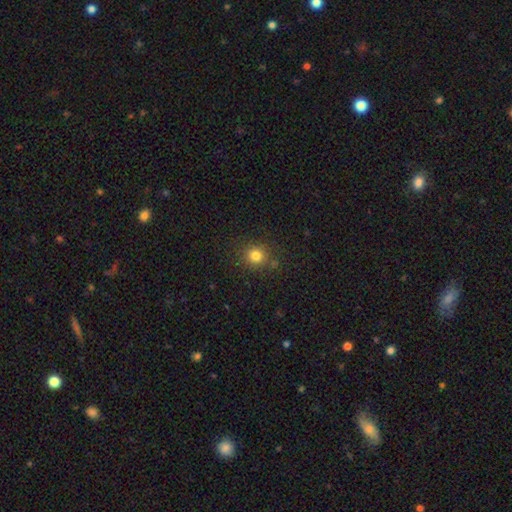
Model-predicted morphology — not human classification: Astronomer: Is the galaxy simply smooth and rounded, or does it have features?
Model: smooth — 80%.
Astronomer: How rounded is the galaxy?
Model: round — 90%.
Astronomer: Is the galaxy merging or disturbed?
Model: none — 84%.